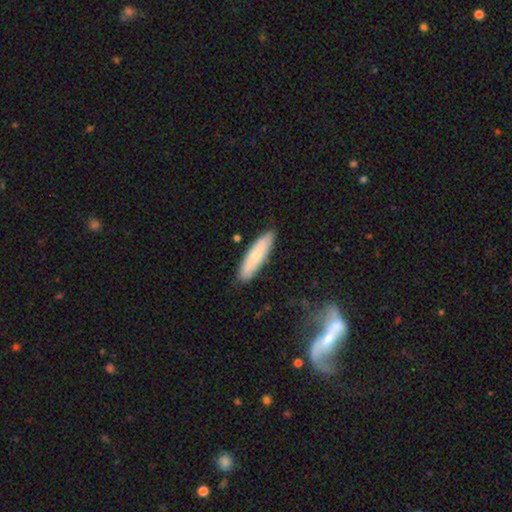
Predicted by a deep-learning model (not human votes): A smooth galaxy with no disk features (72%) that is cigar-shaped (71%).

Vote fractions:
- Smooth or featured? smooth: 72% / featured or disk: 22% / star or artifact: 6%
- How rounded? cigar-shaped: 71% / in between: 28% / round: 2%
- Merging? none: 85% / minor disturbance: 12% / major disturbance: 2% / merger: 2%